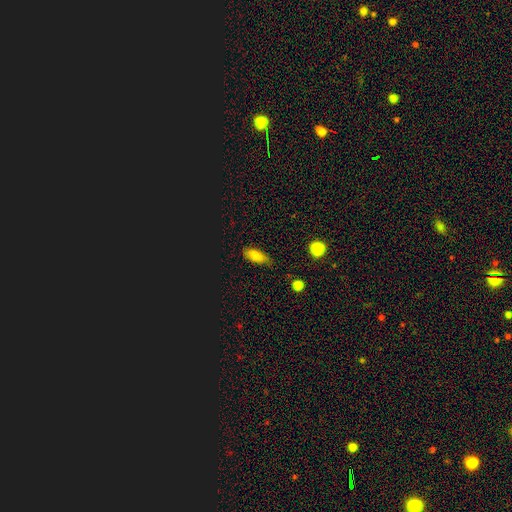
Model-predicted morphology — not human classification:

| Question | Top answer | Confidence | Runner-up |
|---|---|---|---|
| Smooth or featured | smooth | 79% | star or artifact (15%) |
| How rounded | in between | 79% | cigar-shaped (17%) |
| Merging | none | 66% | minor disturbance (27%) |